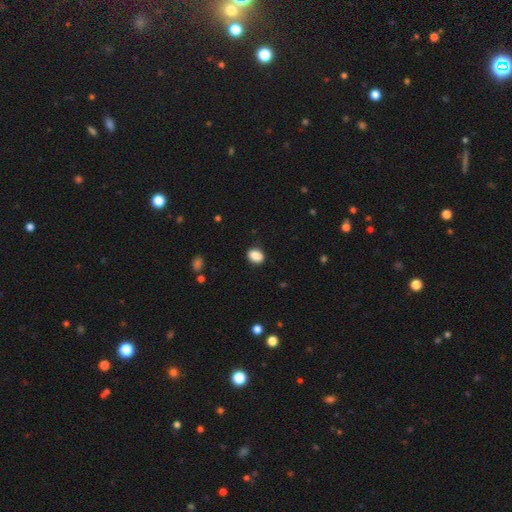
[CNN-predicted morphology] Smooth or featured? Predicted: smooth (p=0.88). How rounded? Predicted: in between (p=0.68). Merging? Predicted: none (p=0.88).